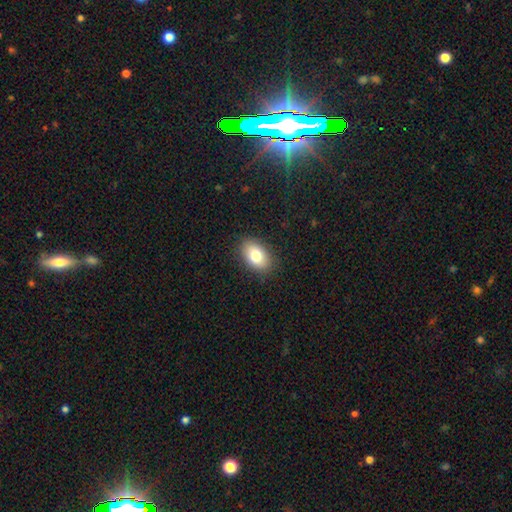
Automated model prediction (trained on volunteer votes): This appears to be a smooth galaxy with no disk features (80%) that is in between round and cigar-shaped (88%). Merging: none (88%).